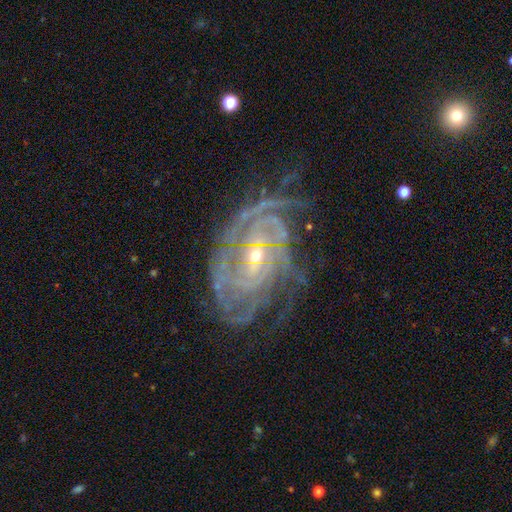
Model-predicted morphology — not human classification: type=featured or disk (88%); edge-on=no (95%); bar=no (48%); spiral arms=yes (97%); winding=tight (76%); arm count=can't tell (28%); bulge=small (63%); merging=none (64%).